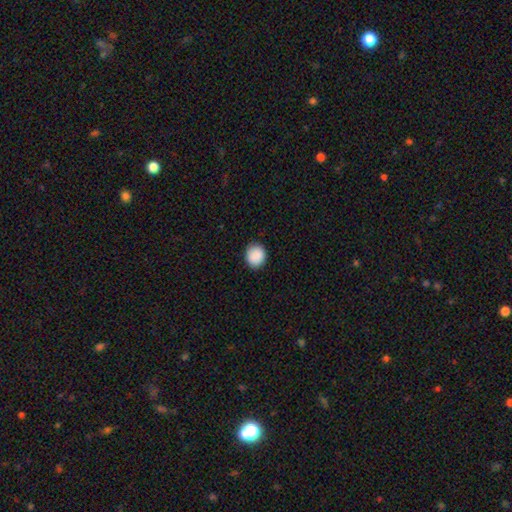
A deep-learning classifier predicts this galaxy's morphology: A smooth galaxy with no disk features (90%) that is round (75%). Merging: none (89%).